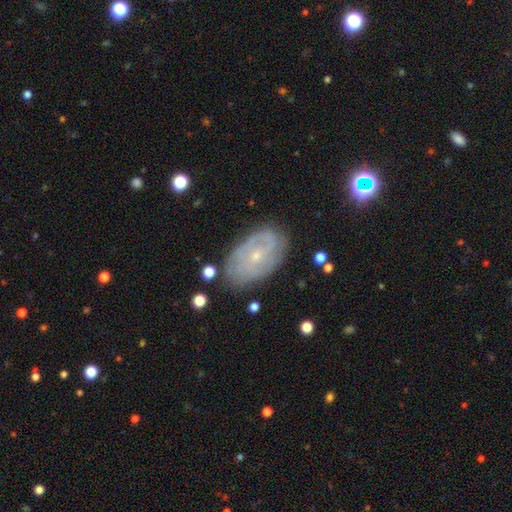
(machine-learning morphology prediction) Overall: featured or disk (72%). Edge-on disk: no (94%). Bar: no (63%; weak 30%). Spiral arms: yes (82%). Spiral arm count: can't tell (44%; 2 34%). Spiral winding: tight (62%; medium 28%). Bulge size: small (77%). Merging: none (75%).